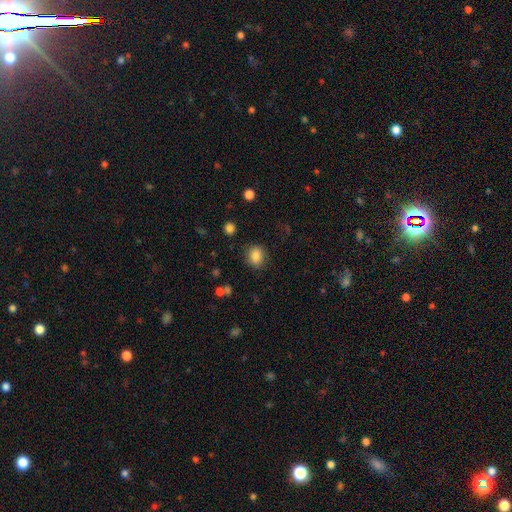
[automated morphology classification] Smooth or featured? Predicted: smooth (p=0.85). How rounded? Predicted: round (p=0.66). Merging? Predicted: none (p=0.85).